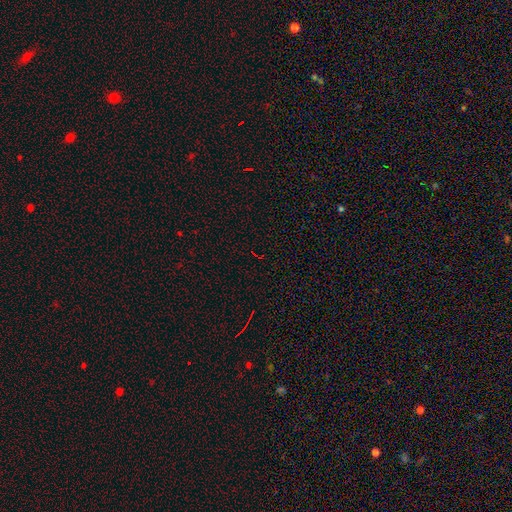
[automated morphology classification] The model was most divided on "smooth or featured": star or artifact: 76%, smooth: 16%, featured or disk: 7%.